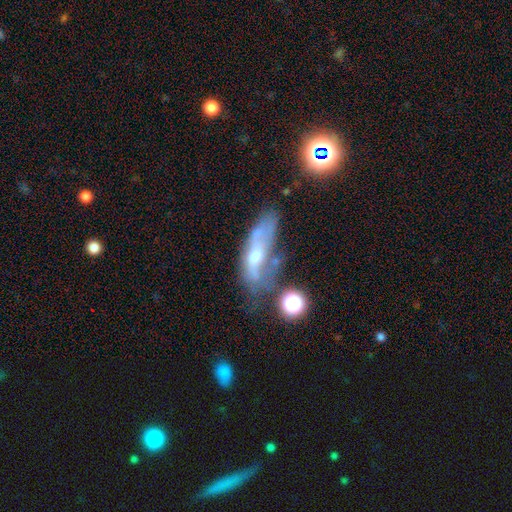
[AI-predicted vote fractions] Overall: featured or disk (53%; smooth 36%). Edge-on disk: no (73%). Merging: major disturbance (29%, tied with none).